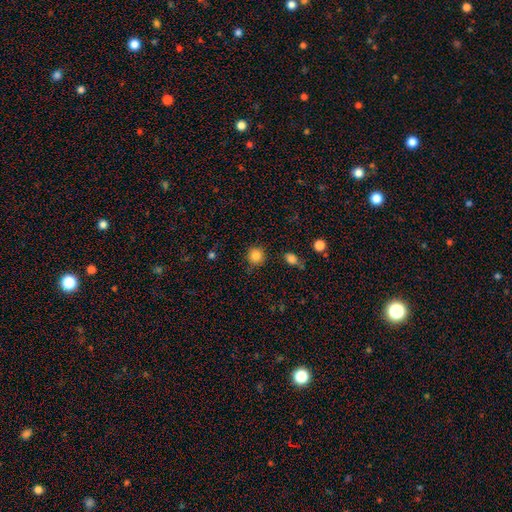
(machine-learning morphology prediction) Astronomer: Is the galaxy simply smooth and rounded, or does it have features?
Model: smooth — 85%.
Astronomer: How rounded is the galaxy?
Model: round — 92%.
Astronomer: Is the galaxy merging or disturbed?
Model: none — 85%.